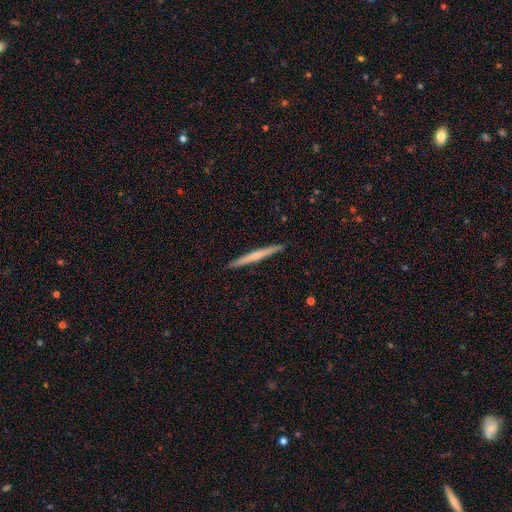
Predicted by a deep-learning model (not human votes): smooth-or-featured: featured or disk: 53% | smooth: 41% | star or artifact: 6%
  disk-edge-on: yes: 97% | no: 3%
    edge-on-bulge: none: 51% | rounded: 45% | boxy: 4%
  merging: none: 92% | minor disturbance: 6% | major disturbance: 1% | merger: 1%